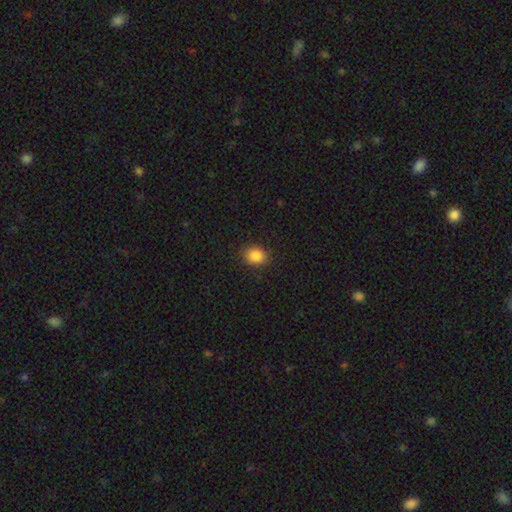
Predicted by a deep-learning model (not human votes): smooth_or_featured: smooth (p=0.86) [alt: star or artifact p=0.10]
how_rounded: round (p=0.56) [alt: in between p=0.43]
merging: none (p=0.88) [alt: minor disturbance p=0.09]